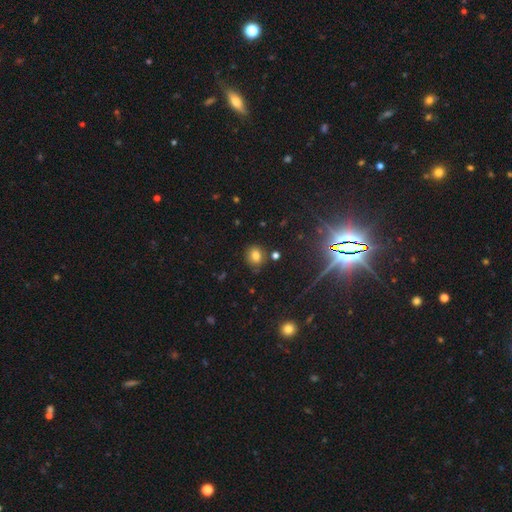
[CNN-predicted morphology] Overall: smooth (74%). How rounded: round (72%). Merging: none (82%).